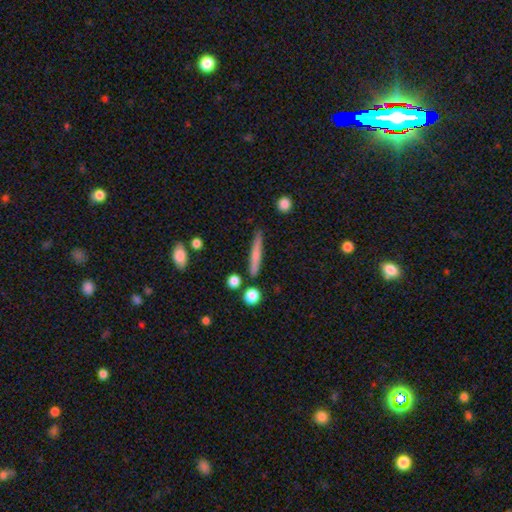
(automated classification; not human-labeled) The model was most divided on "smooth or featured": smooth: 64%, featured or disk: 29%, star or artifact: 7%. More confident: how rounded — cigar-shaped (93%); merging — none (84%).